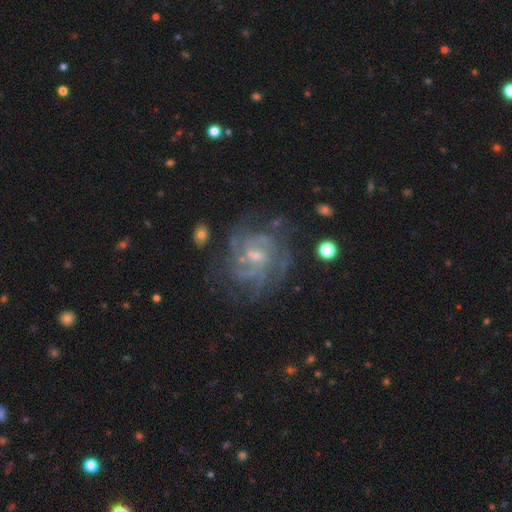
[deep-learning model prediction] smooth_or_featured: featured or disk (p=0.84) [alt: star or artifact p=0.09]
disk_edge_on: no (p=0.98) [alt: yes p=0.02]
bar: no (p=0.46) [tied with: weak p=0.46]
has_spiral_arms: yes (p=0.95) [alt: no p=0.05]
spiral_winding: tight (p=0.55) [alt: medium p=0.37]
spiral_arm_count: can't tell (p=0.31) [alt: 3 p=0.22]
bulge_size: small (p=0.53) [alt: moderate p=0.38]
merging: none (p=0.73) [alt: minor disturbance p=0.15]